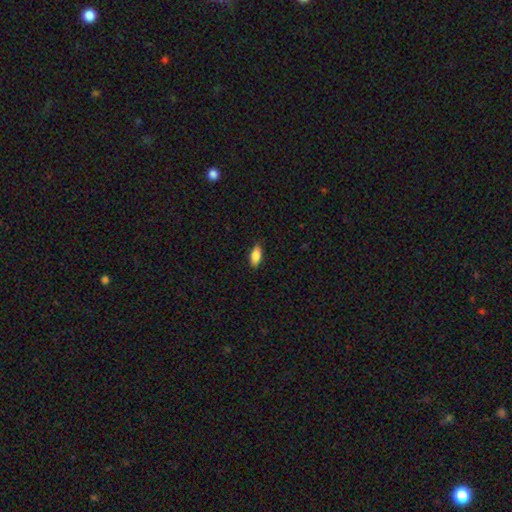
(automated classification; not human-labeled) Q: Smooth or featured?
A: smooth (86%); runner-up: star or artifact (7%)
Q: How rounded?
A: in between (88%); runner-up: cigar-shaped (9%)
Q: Merging?
A: none (83%); runner-up: minor disturbance (14%)